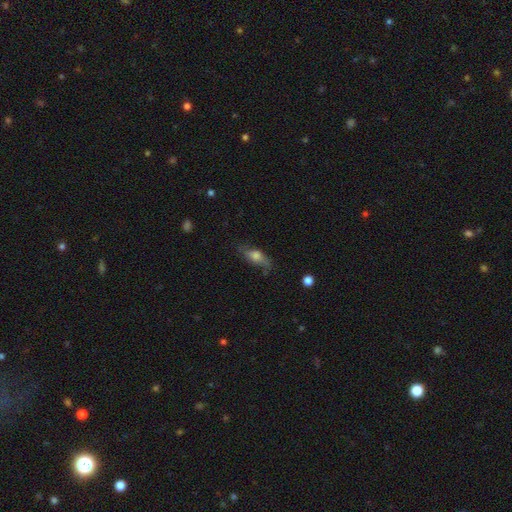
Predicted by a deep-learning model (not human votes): Smooth or featured? Predicted: smooth (p=0.59). How rounded? Predicted: in between (p=0.69). Merging? Predicted: none (p=0.61).